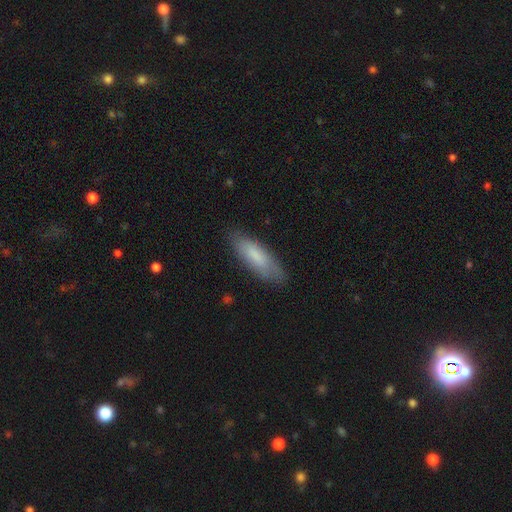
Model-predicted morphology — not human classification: smooth 77%, featured or disk 17%, star or artifact 6%. Down the decision tree: how rounded — cigar-shaped (50%); merging — none (82%).